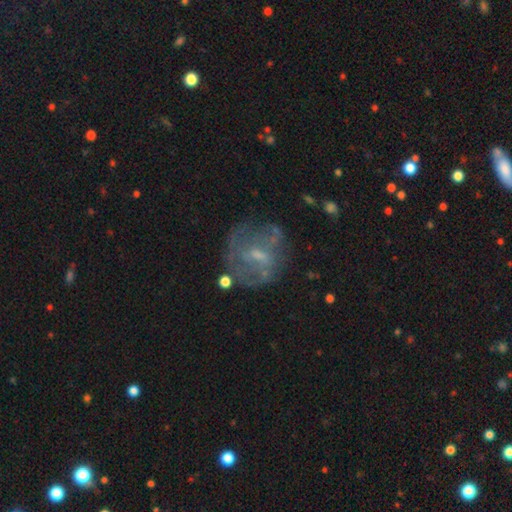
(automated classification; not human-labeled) Smooth or featured? Predicted: featured or disk (p=0.61). Edge-on disk? Predicted: no (p=0.96). Bar? Predicted: weak (p=0.45, tied with no). Spiral arms? Predicted: no (p=0.59). Bulge size? Predicted: small (p=0.54). Merging? Predicted: none (p=0.59).